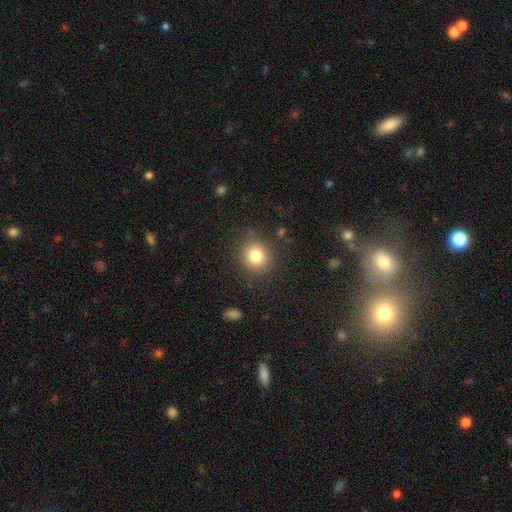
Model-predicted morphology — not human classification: A smooth galaxy with no disk features (80%) that is round (85%). Merging: none (86%).